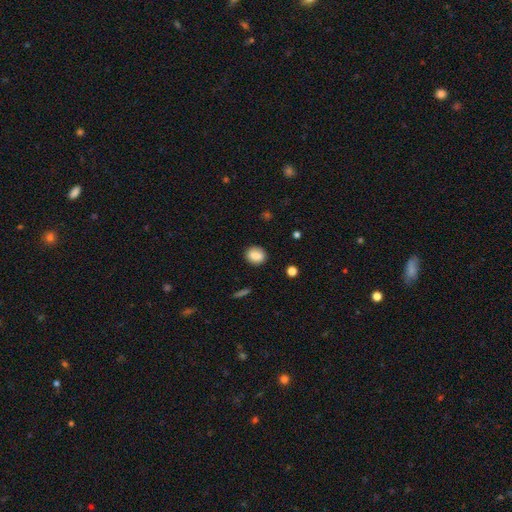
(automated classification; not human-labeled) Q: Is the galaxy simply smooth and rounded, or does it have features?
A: smooth — 82%.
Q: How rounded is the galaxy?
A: round — 55%.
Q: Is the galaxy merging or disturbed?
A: none — 86%.